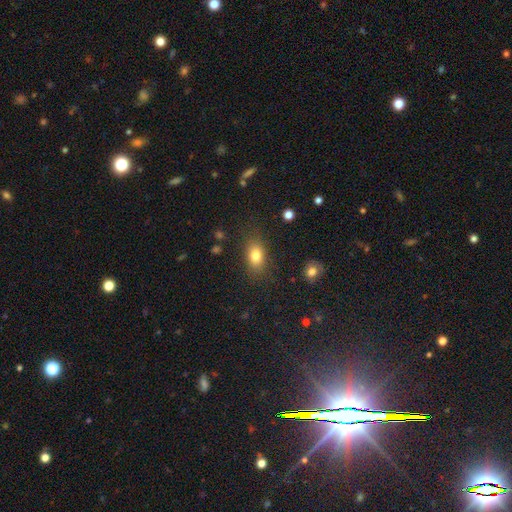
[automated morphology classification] smooth_or_featured: smooth (p=0.80) [alt: star or artifact p=0.10]
how_rounded: in between (p=0.80) [alt: round p=0.16]
merging: none (p=0.80) [alt: minor disturbance p=0.13]